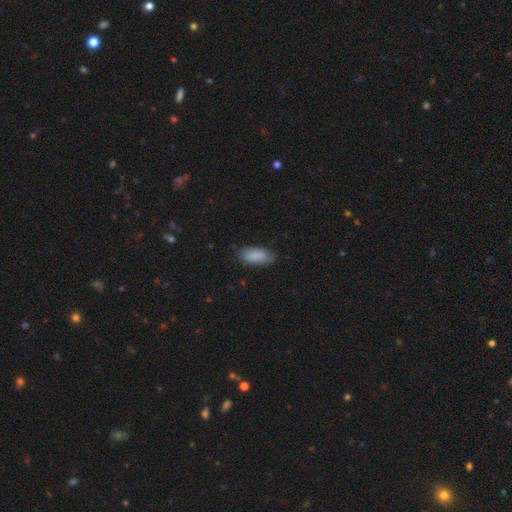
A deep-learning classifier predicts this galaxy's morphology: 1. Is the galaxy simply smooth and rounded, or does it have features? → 84% smooth, 9% featured or disk, 6% star or artifact.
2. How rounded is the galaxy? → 86% in between, 12% cigar-shaped, 2% round.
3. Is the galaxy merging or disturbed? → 70% none, 24% minor disturbance, 5% major disturbance, 1% merger.